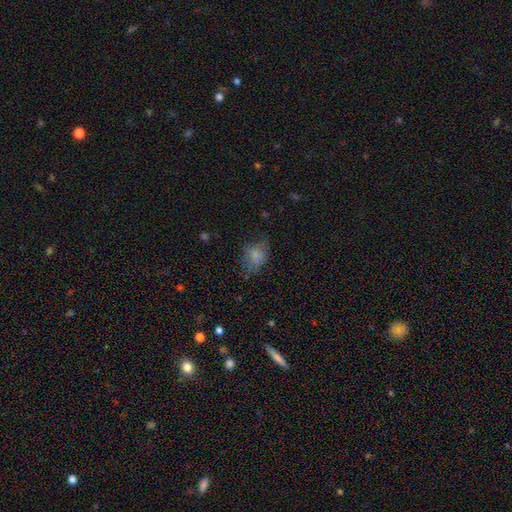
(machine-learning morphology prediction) The model was most divided on "merging": none: 50%, minor disturbance: 28%, major disturbance: 19%, merger: 2%. More confident: smooth or featured — smooth (72%); how rounded — in between (68%).